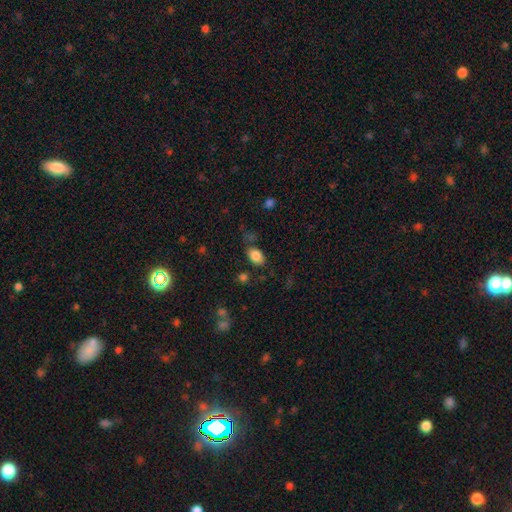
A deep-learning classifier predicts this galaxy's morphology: A smooth galaxy with no disk features (84%) that is in between round and cigar-shaped (87%).

Vote fractions:
- Smooth or featured? smooth: 84% / star or artifact: 9% / featured or disk: 7%
- How rounded? in between: 87% / round: 11% / cigar-shaped: 1%
- Merging? none: 75% / minor disturbance: 15% / major disturbance: 5% / merger: 5%